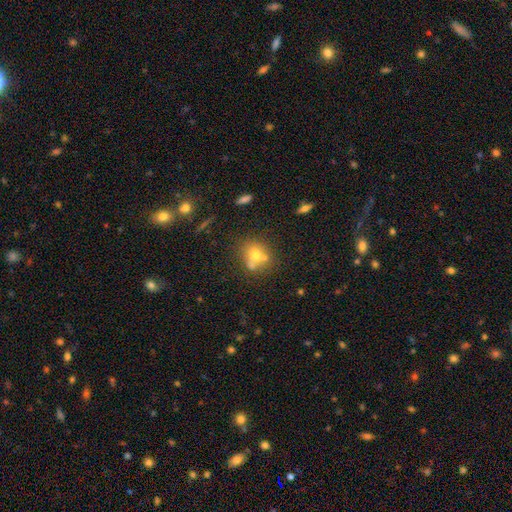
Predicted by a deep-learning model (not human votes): Q: Smooth or featured?
A: smooth (65%); runner-up: featured or disk (20%)
Q: How rounded?
A: round (77%); runner-up: in between (22%)
Q: Merging?
A: none (51%); runner-up: merger (33%)